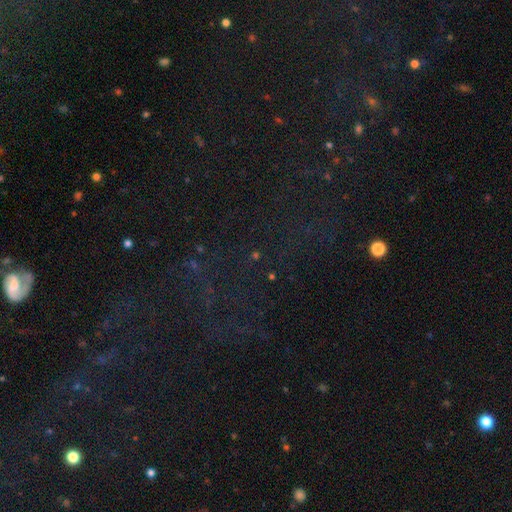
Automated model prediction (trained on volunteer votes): This is likely a star or artifact rather than a galaxy (71%).